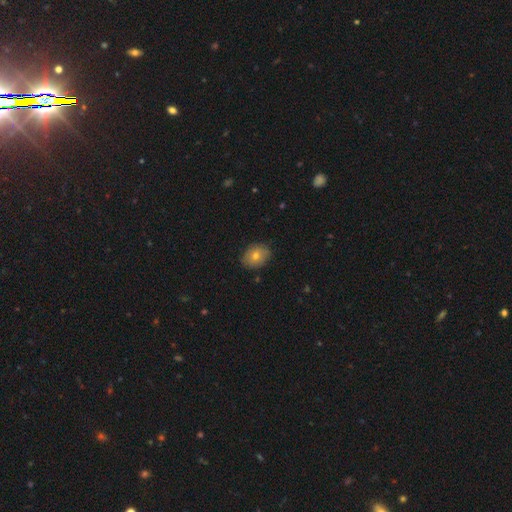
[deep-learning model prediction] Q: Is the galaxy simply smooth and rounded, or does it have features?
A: smooth — 71%.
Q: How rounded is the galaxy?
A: in between — 59%.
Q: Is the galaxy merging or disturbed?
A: none — 84%.